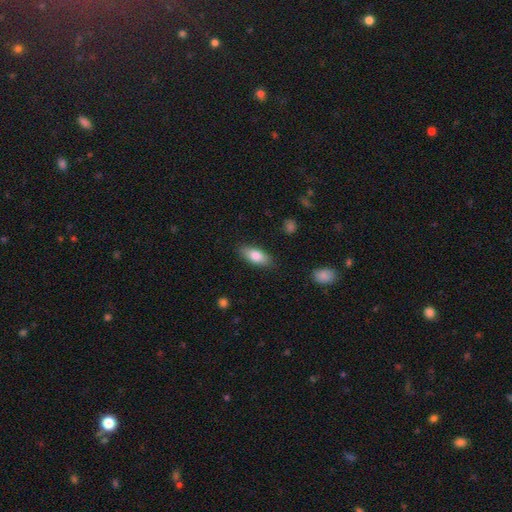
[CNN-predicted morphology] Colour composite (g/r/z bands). It shows a smooth galaxy with no disk features (81%) that is in between round and cigar-shaped (84%). Merging: none (86%).